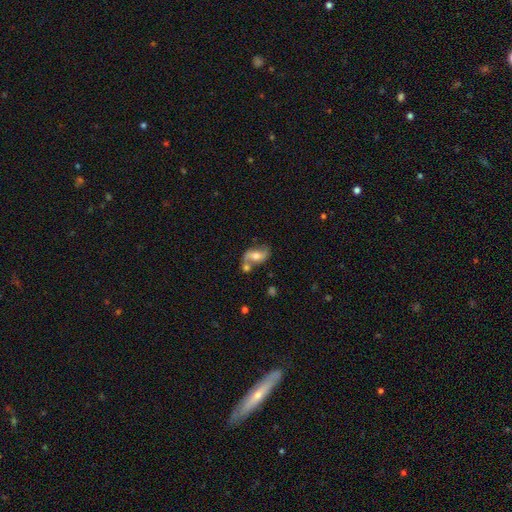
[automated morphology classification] The model was most divided on "bar": no: 49%, weak: 33%, strong: 17%. Remaining: edge-on disk — no (93%); spiral arms — yes (80%); bulge size — moderate (67%); smooth or featured — featured or disk (62%); merging — none (48%).